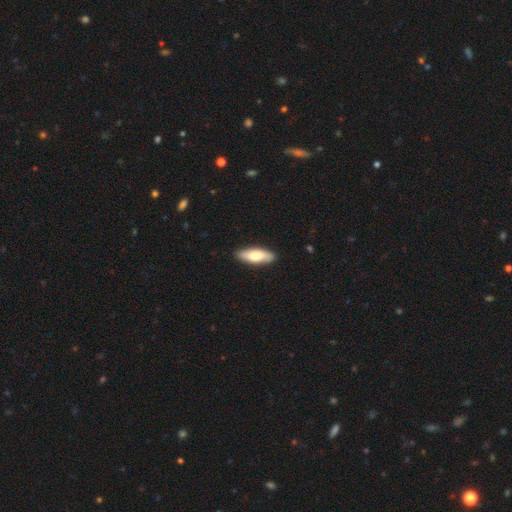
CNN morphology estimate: Smooth or featured? Predicted: smooth (p=0.73). How rounded? Predicted: in between (p=0.63). Merging? Predicted: none (p=0.88).